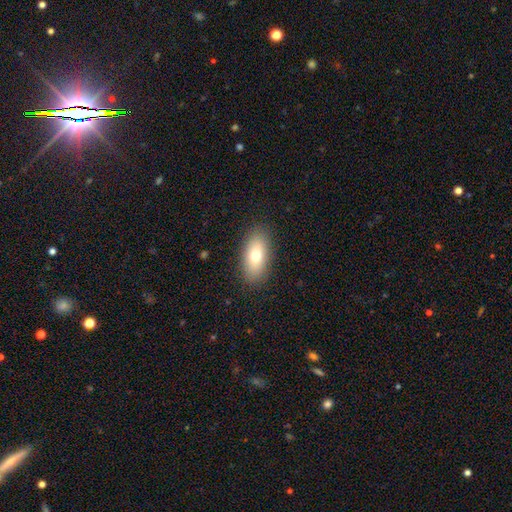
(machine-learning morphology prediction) Q: Smooth or featured?
A: smooth (72%); runner-up: featured or disk (20%)
Q: How rounded?
A: in between (86%); runner-up: cigar-shaped (9%)
Q: Merging?
A: none (88%); runner-up: minor disturbance (9%)